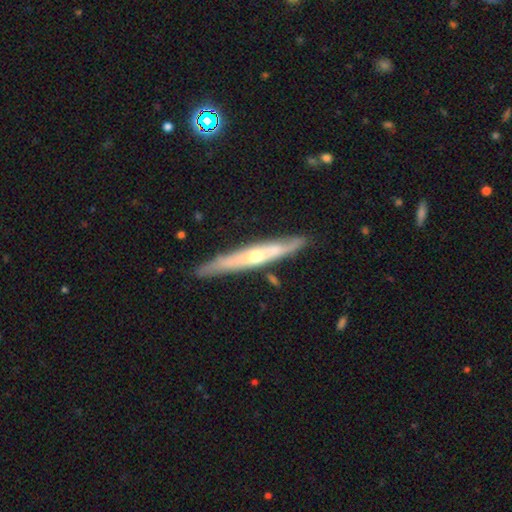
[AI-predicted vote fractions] This appears to be a featured or disk galaxy (66%) viewed edge-on (87%) with a rounded central bulge (73%). Merging: none (84%).